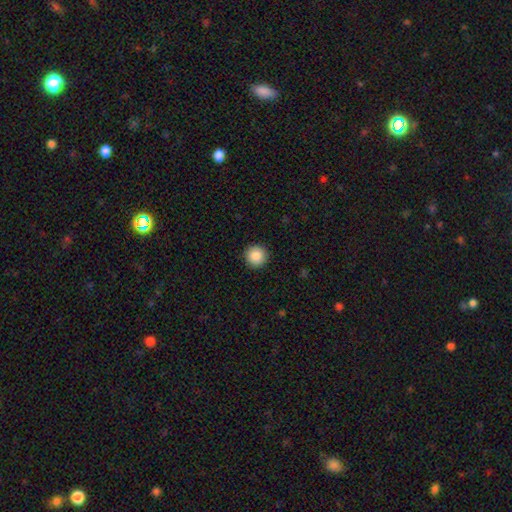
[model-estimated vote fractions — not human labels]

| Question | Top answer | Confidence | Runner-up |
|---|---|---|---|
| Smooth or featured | smooth | 88% | star or artifact (9%) |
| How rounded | round | 96% | in between (3%) |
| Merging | none | 93% | minor disturbance (5%) |